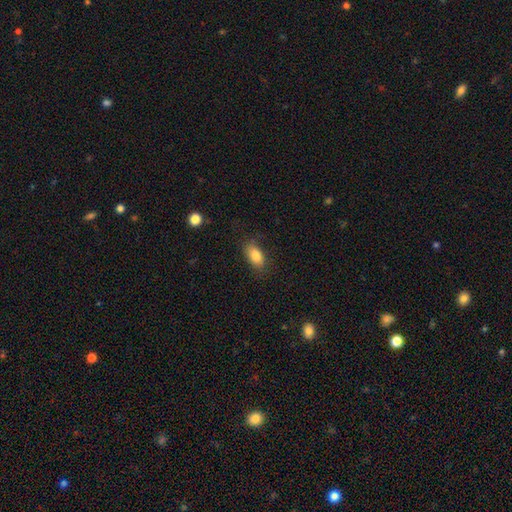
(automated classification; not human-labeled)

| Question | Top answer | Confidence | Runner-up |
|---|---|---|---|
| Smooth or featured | smooth | 82% | featured or disk (10%) |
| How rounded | in between | 89% | round (6%) |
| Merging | none | 81% | minor disturbance (14%) |